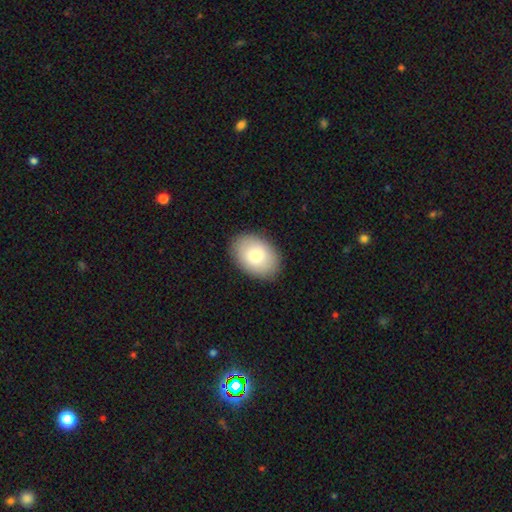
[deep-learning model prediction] Smooth or featured? Predicted: smooth (p=0.79). How rounded? Predicted: in between (p=0.82). Merging? Predicted: none (p=0.88).